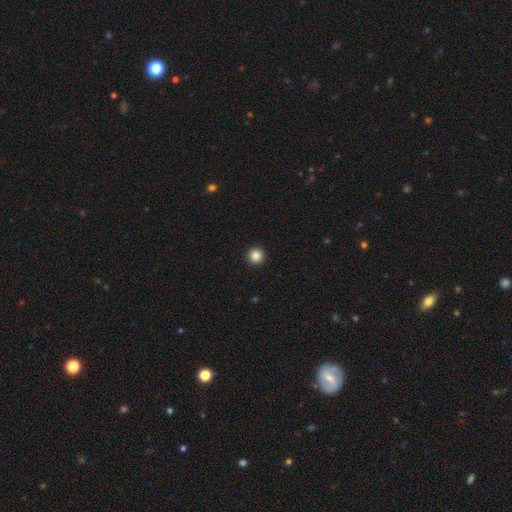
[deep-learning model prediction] Smooth or featured?
  - smooth: 85% *
  - star or artifact: 11%
  - featured or disk: 4%
How rounded?
  - round: 97% *
  - in between: 2%
  - cigar-shaped: 1%
Merging?
  - none: 94% *
  - minor disturbance: 3%
  - major disturbance: 1%
  - merger: 1%